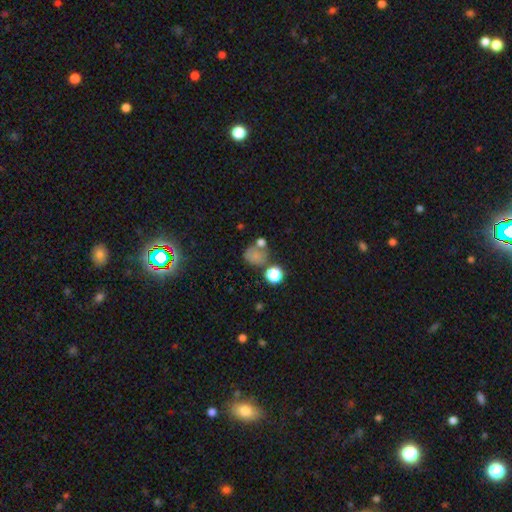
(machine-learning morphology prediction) The model was most divided on "merging": none: 43%, merger: 29%, minor disturbance: 17%, major disturbance: 12%. More confident: smooth or featured — smooth (70%); how rounded — round (68%).